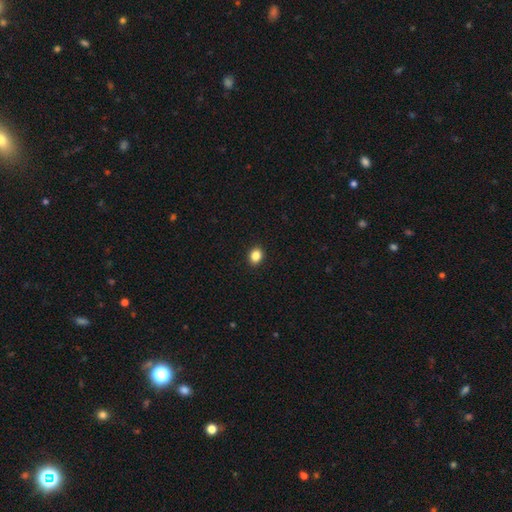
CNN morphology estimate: Smooth or featured?
  - smooth: 86% *
  - star or artifact: 10%
  - featured or disk: 4%
How rounded?
  - round: 52% *
  - in between: 47%
  - cigar-shaped: 1%
Merging?
  - none: 92% *
  - minor disturbance: 6%
  - major disturbance: 2%
  - merger: 1%